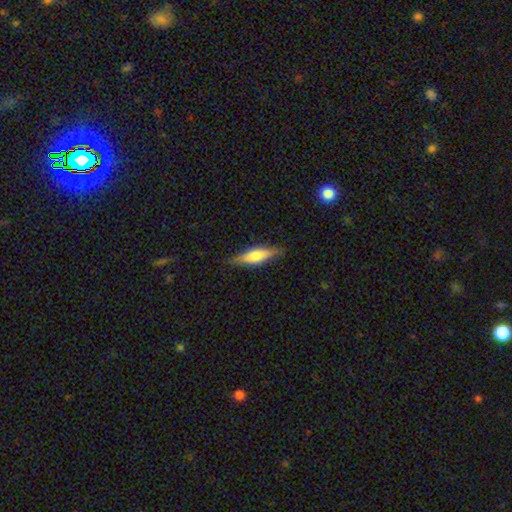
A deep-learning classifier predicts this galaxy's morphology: smooth 63%, featured or disk 31%, star or artifact 6%. Down the decision tree: how rounded — cigar-shaped (55%); merging — none (81%).